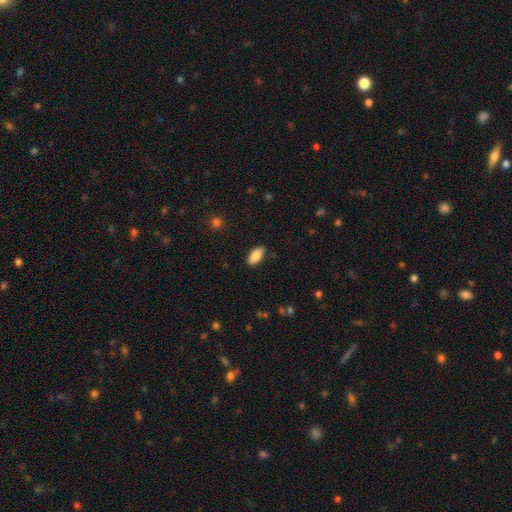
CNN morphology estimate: type=smooth (85%); roundness=in between (88%); merging=none (88%).